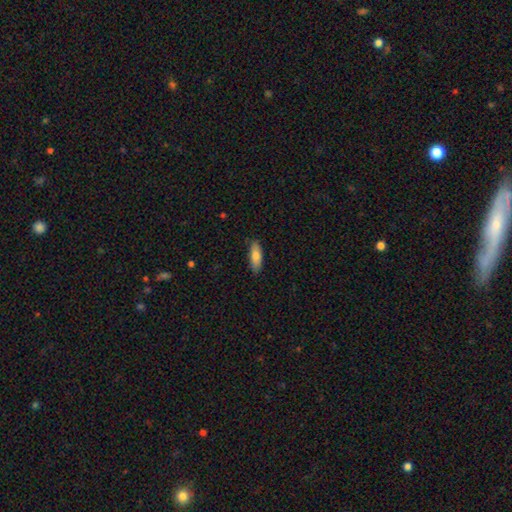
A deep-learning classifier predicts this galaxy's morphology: A smooth galaxy with no disk features (80%) that is in between round and cigar-shaped (63%). Merging: none (85%).